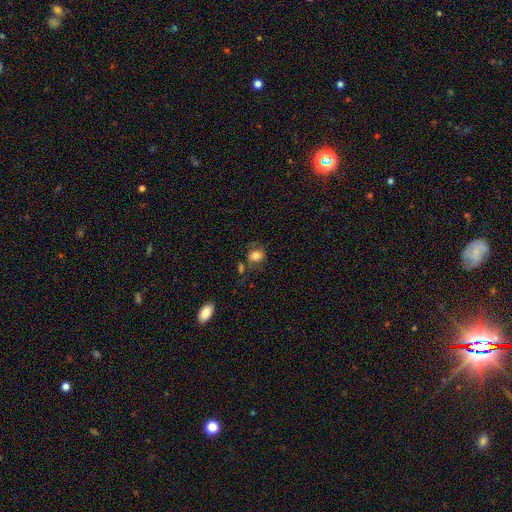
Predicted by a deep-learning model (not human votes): This is likely a smooth galaxy (72%). How rounded: likely round (61%). Merging: possibly none (57%).